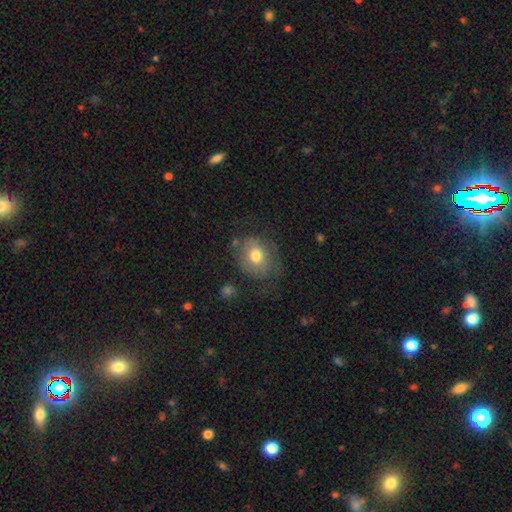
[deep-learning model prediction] Overall: smooth (64%; featured or disk 27%). How rounded: round (63%; in between 36%). Merging: none (57%; minor disturbance 23%).